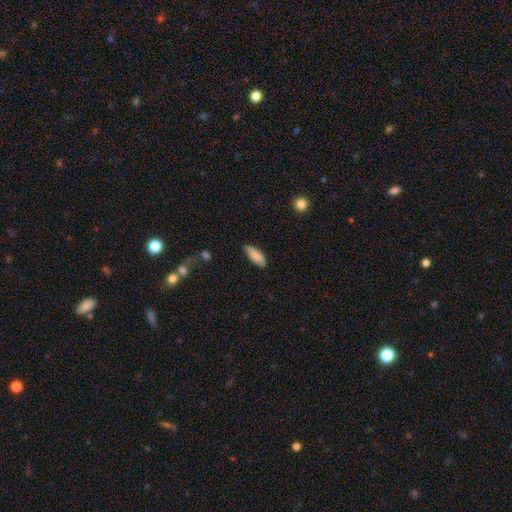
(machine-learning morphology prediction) This appears to be a smooth galaxy with no disk features (87%) that is in between round and cigar-shaped (71%). Merging: none (76%).